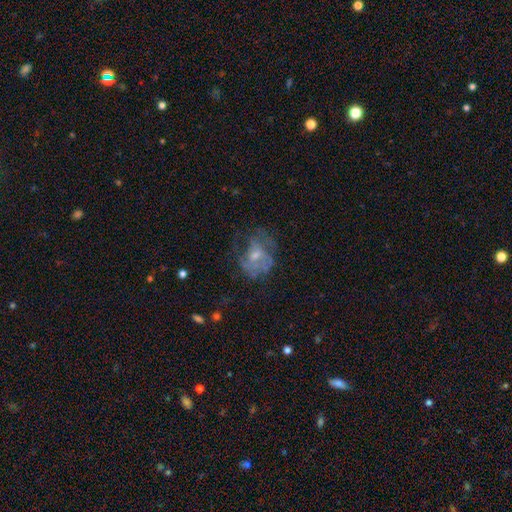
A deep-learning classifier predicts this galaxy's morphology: smooth_or_featured: featured or disk (p=0.57) [alt: smooth p=0.30]
disk_edge_on: no (p=0.97) [alt: yes p=0.03]
bar: no (p=0.71) [alt: weak p=0.25]
has_spiral_arms: yes (p=0.50) [tied with: no p=0.50]
bulge_size: small (p=0.47) [alt: moderate p=0.40]
merging: none (p=0.48) [alt: major disturbance p=0.27]